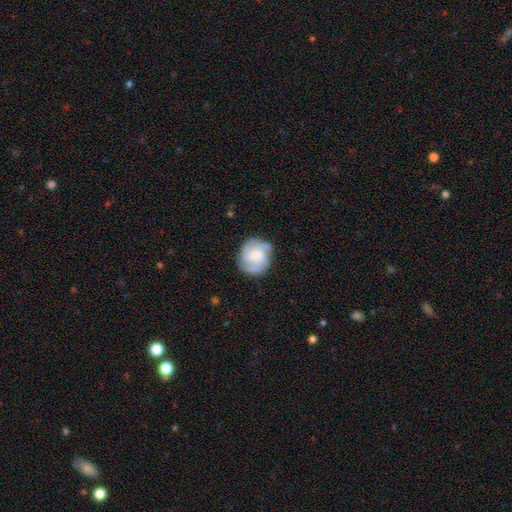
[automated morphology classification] Overall: featured or disk (67%). Edge-on disk: no (98%). Bar: no (53%; weak 38%). Spiral arms: yes (92%). Spiral arm count: 3 (41%; 2 28%). Spiral winding: medium (46%; tight 37%). Bulge size: moderate (35%; small 29%). Merging: none (72%).